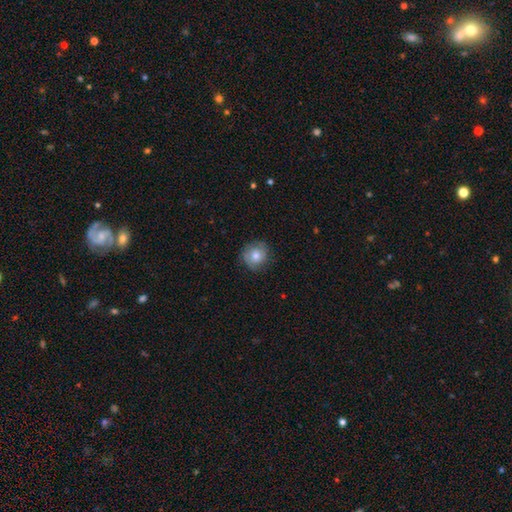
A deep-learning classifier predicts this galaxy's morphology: smooth-or-featured: smooth: 74% | featured or disk: 17% | star or artifact: 9%
  how-rounded: round: 88% | in between: 11% | cigar-shaped: 1%
  merging: none: 79% | minor disturbance: 16% | major disturbance: 4% | merger: 1%